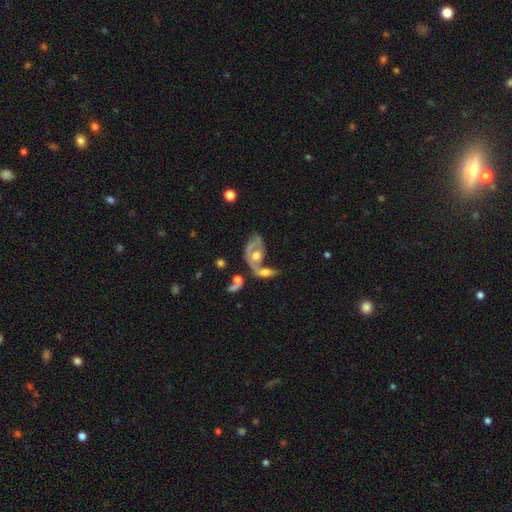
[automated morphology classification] smooth_or_featured: featured or disk (p=0.67) [alt: smooth p=0.24]
disk_edge_on: no (p=0.92) [alt: yes p=0.08]
bar: no (p=0.75) [alt: weak p=0.19]
has_spiral_arms: yes (p=0.60) [alt: no p=0.40]
bulge_size: moderate (p=0.68) [alt: small p=0.17]
merging: merger (p=0.58) [alt: none p=0.18]